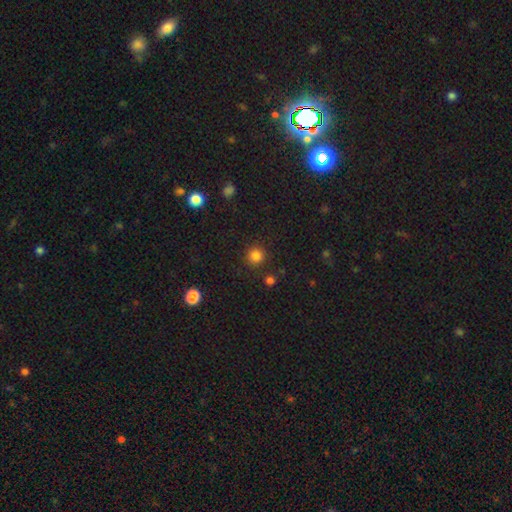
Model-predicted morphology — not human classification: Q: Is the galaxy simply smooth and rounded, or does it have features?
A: smooth — 82%.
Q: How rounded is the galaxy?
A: round — 94%.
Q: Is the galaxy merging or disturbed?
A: none — 89%.